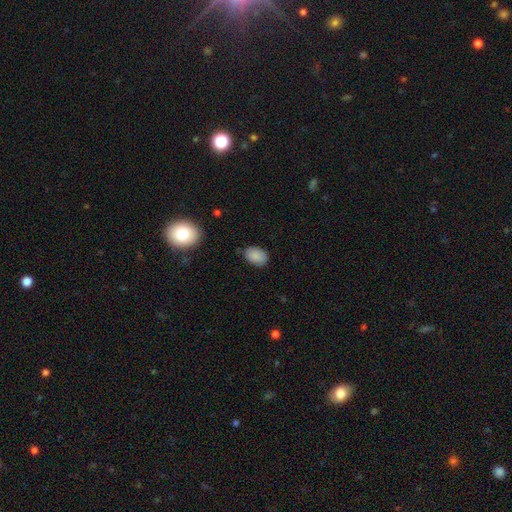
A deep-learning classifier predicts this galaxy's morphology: Q: Smooth or featured?
A: smooth (87%); runner-up: star or artifact (8%)
Q: How rounded?
A: in between (85%); runner-up: round (13%)
Q: Merging?
A: none (79%); runner-up: minor disturbance (16%)